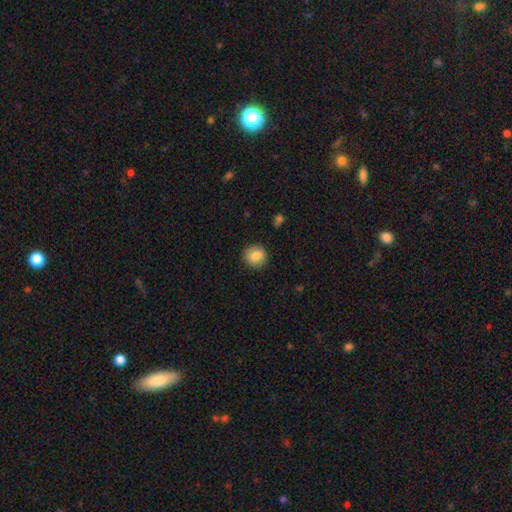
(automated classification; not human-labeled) Smooth or featured: smooth — 86% (star or artifact — 8%)
How rounded: round — 87% (in between — 12%)
Merging: none — 88% (minor disturbance — 8%)